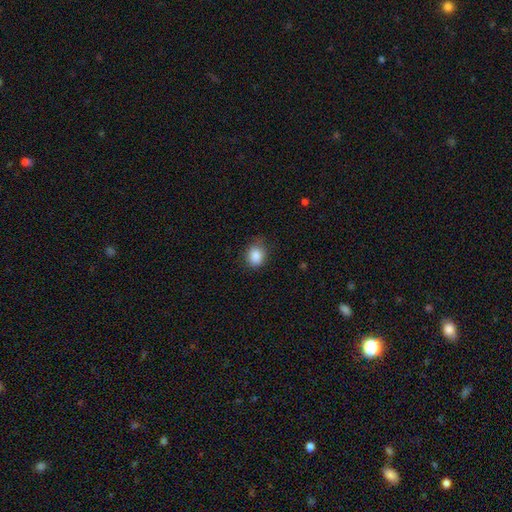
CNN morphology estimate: smooth_or_featured: smooth (p=0.87) [alt: star or artifact p=0.09]
how_rounded: round (p=0.52) [alt: in between p=0.47]
merging: none (p=0.72) [alt: minor disturbance p=0.22]